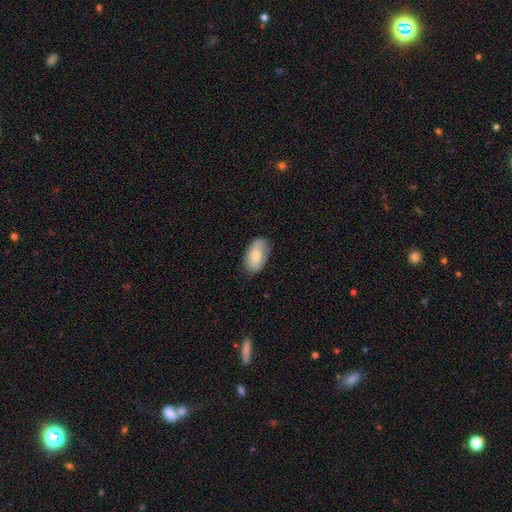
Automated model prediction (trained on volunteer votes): smooth_or_featured: smooth (p=0.76) [alt: featured or disk p=0.18]
how_rounded: in between (p=0.94) [alt: round p=0.04]
merging: none (p=0.78) [alt: minor disturbance p=0.18]